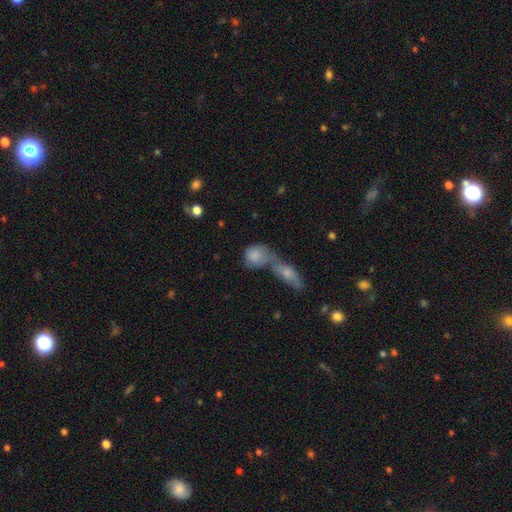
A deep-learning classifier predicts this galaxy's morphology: The model was most divided on "how rounded": round: 58%, in between: 36%, cigar-shaped: 5%. More confident: smooth or featured — smooth (78%); merging — merger (63%).